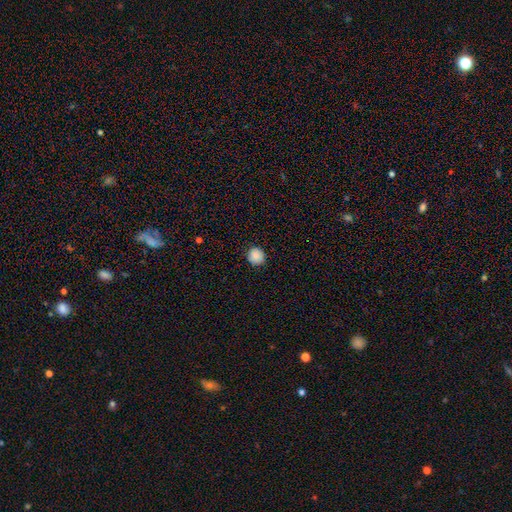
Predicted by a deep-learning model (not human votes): Smooth or featured? smooth (88%)
How rounded? round (93%)
Merging? none (90%)